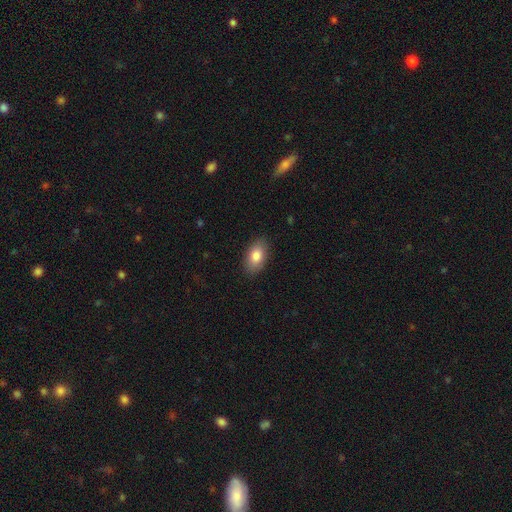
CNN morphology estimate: type=smooth (83%); roundness=in between (93%); merging=none (87%).